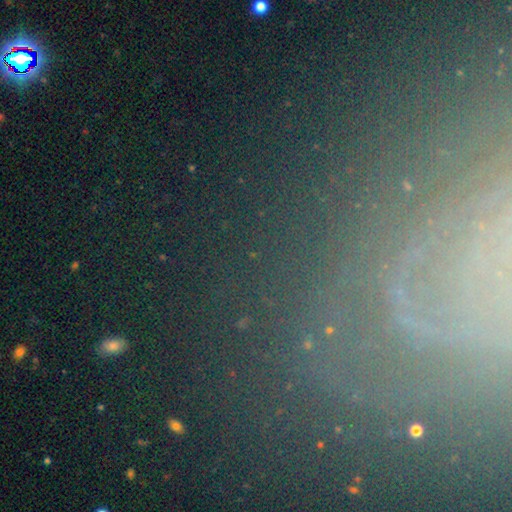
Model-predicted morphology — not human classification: Smooth or featured? star or artifact (57%)